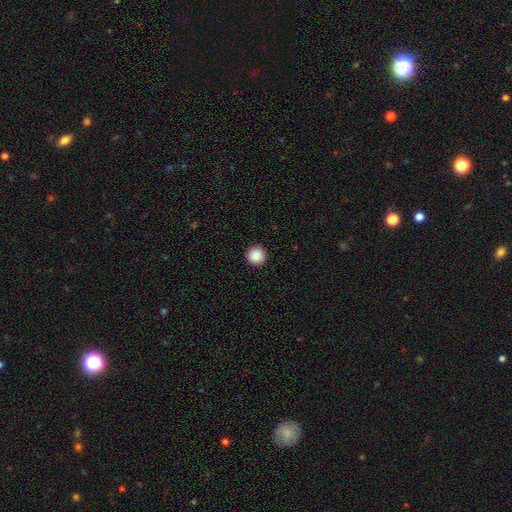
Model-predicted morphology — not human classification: Smooth or featured?
  - smooth: 89% *
  - star or artifact: 8%
  - featured or disk: 3%
How rounded?
  - round: 95% *
  - in between: 4%
  - cigar-shaped: 1%
Merging?
  - none: 93% *
  - minor disturbance: 5%
  - major disturbance: 2%
  - merger: 1%